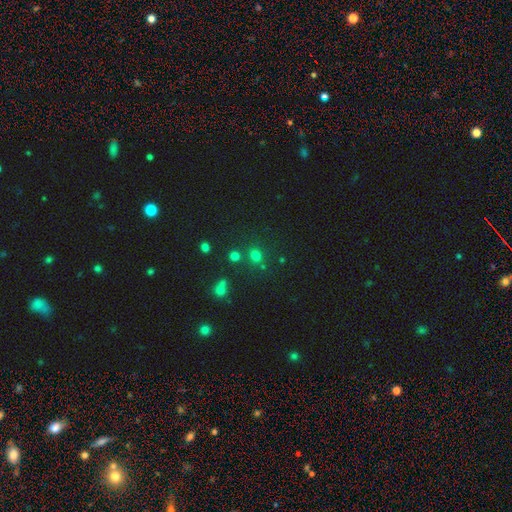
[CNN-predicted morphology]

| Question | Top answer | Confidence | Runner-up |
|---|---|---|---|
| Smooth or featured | smooth | 68% | star or artifact (25%) |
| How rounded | round | 76% | in between (23%) |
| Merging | none | 73% | merger (13%) |